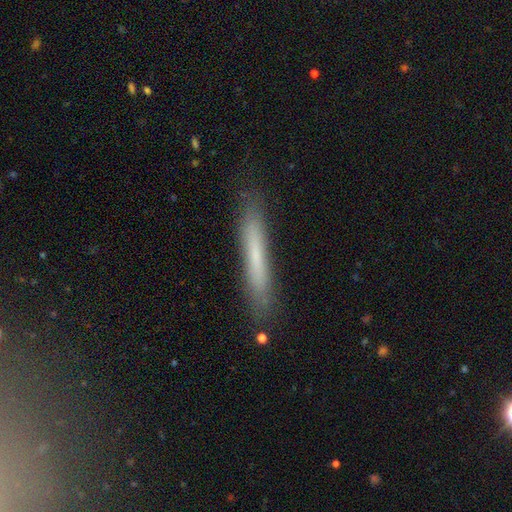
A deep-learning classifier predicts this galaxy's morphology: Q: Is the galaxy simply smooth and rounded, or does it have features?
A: smooth — 63%.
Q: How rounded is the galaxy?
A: cigar-shaped — 95%.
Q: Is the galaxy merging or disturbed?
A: none — 84%.